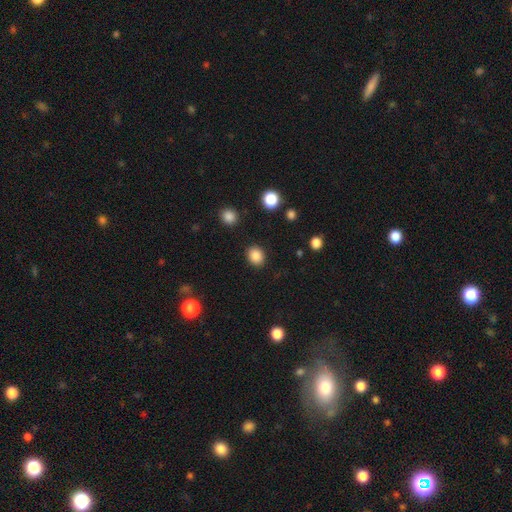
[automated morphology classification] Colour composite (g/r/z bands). It shows a smooth galaxy with no disk features (86%) that is round (64%). Merging: none (89%).